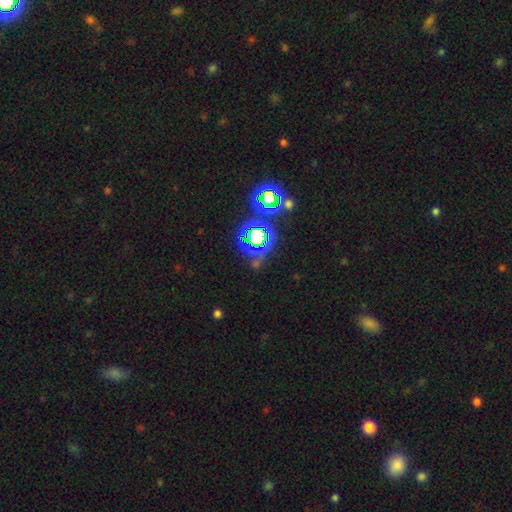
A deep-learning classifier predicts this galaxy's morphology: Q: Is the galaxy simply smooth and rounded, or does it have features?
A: star or artifact — 75%.